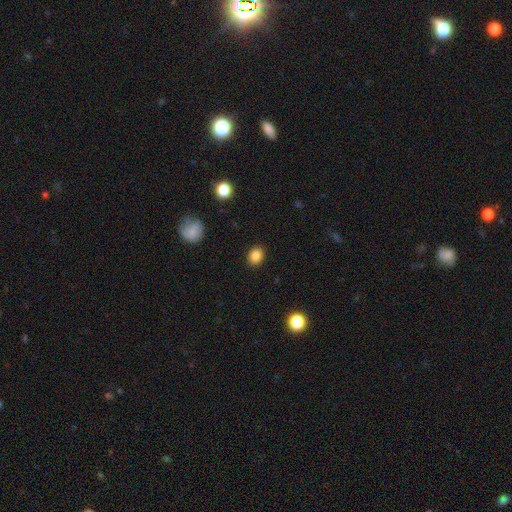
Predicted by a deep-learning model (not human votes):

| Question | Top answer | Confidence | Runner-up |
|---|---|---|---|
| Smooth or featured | smooth | 86% | star or artifact (10%) |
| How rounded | round | 52% | in between (47%) |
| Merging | none | 90% | minor disturbance (7%) |